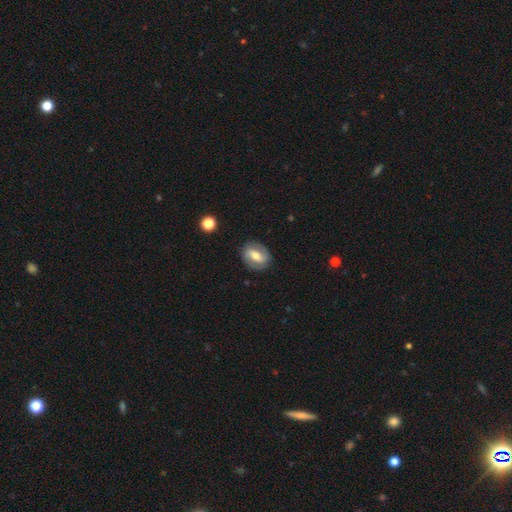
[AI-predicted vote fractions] A featured or disk galaxy (72%) with a strong bar (45%), 2 (88%) medium (44%) spiral arms (85%) and a moderate central bulge (65%). Merging: none (84%).